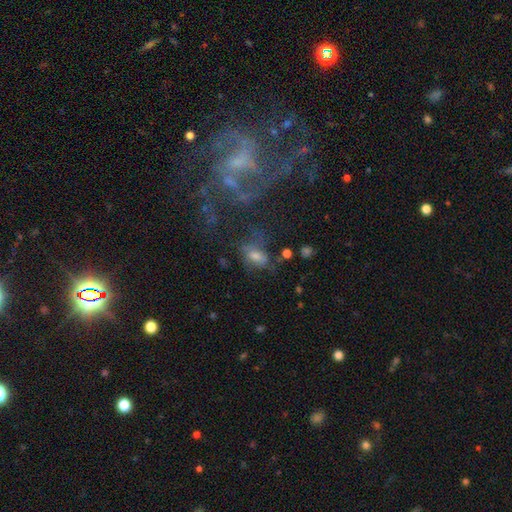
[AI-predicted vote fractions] This appears to be a featured or disk galaxy (43%). Merging: none (48%).